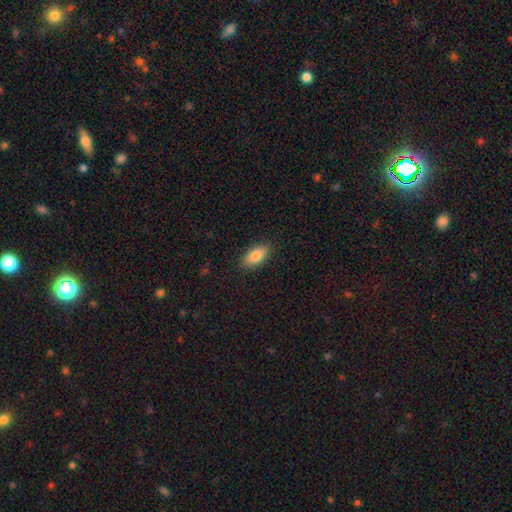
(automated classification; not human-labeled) smooth-or-featured: smooth: 84% | featured or disk: 9% | star or artifact: 7%
  how-rounded: in between: 91% | cigar-shaped: 6% | round: 4%
  merging: none: 88% | minor disturbance: 9% | major disturbance: 2% | merger: 1%